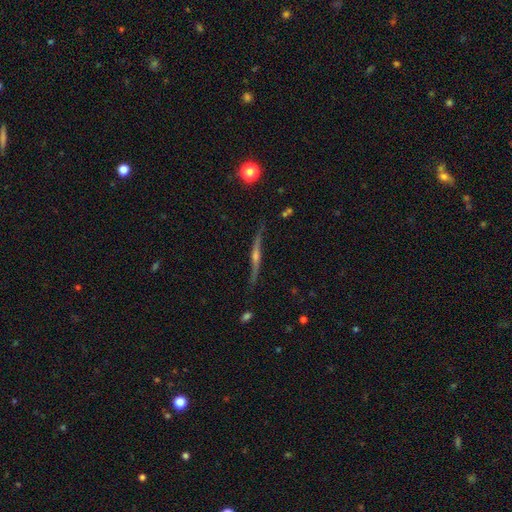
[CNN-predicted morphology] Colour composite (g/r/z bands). It shows a featured or disk galaxy (81%) viewed edge-on (94%) with a rounded central bulge (84%). Merging: none (78%).